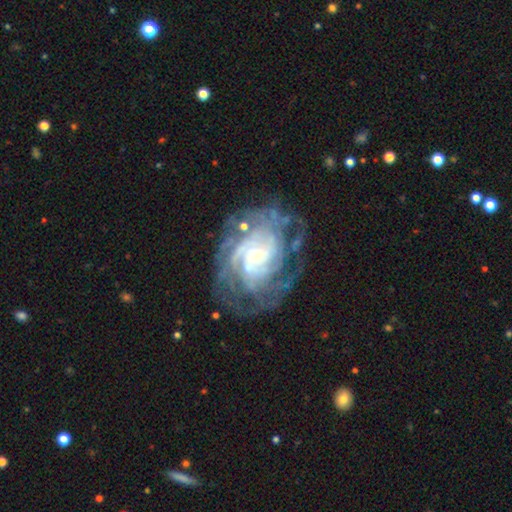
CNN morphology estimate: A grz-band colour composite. It shows a featured or disk galaxy (87%) with no bar (59%), tight (67%) spiral arms (95%) and a small central bulge (75%). Merging: none (66%).